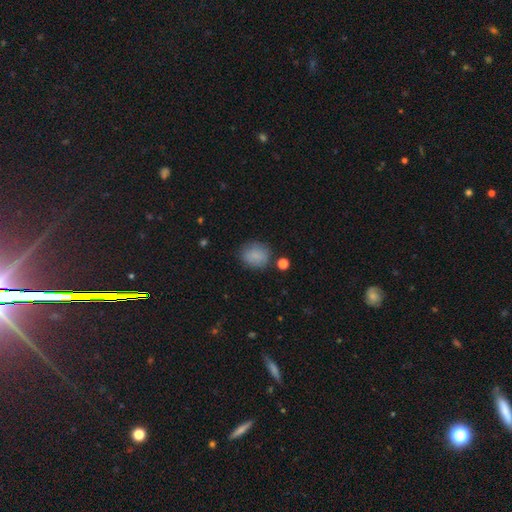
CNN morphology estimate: Smooth or featured: smooth — 83% (star or artifact — 10%)
How rounded: round — 69% (in between — 30%)
Merging: none — 74% (minor disturbance — 17%)